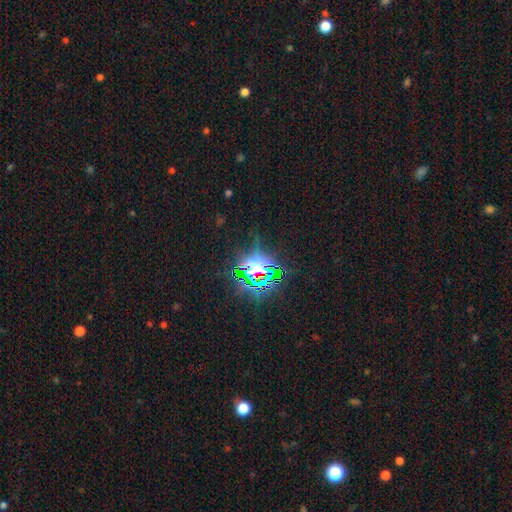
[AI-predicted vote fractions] A star or artifact, not a galaxy (83%).

Vote fractions:
- Smooth or featured? star or artifact: 83% / smooth: 9% / featured or disk: 8%